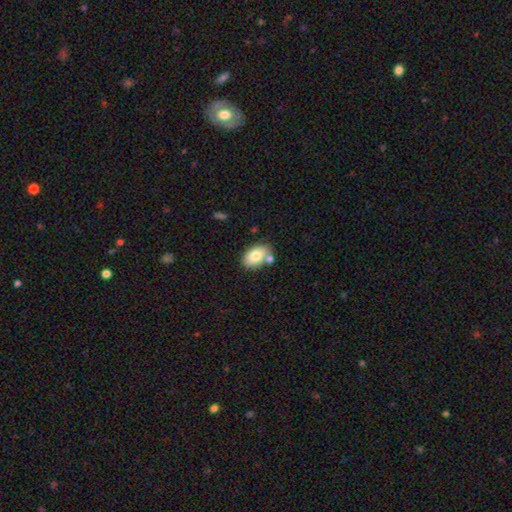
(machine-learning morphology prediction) Smooth or featured: smooth — 77% (featured or disk — 15%)
How rounded: in between — 89% (round — 10%)
Merging: none — 65% (merger — 18%)